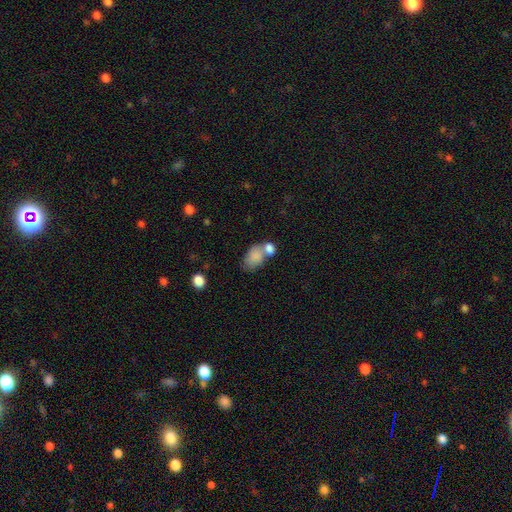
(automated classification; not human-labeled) A smooth galaxy with no disk features (82%) that is in between round and cigar-shaped (83%). Merging: merger (45%).